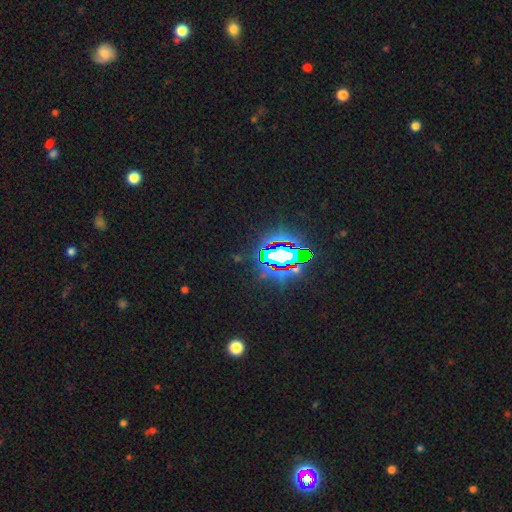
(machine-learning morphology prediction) smooth_or_featured: star or artifact (p=0.84) [alt: smooth p=0.09]